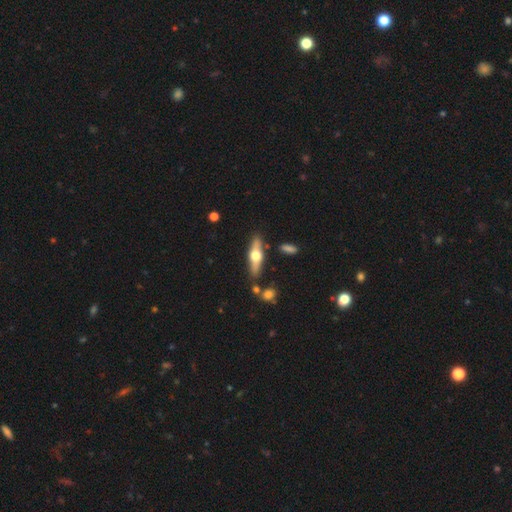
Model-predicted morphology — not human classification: The model was most divided on "smooth or featured": featured or disk: 56%, smooth: 38%, star or artifact: 6%. More confident: edge-on bulge — rounded (95%); edge-on disk — yes (89%); merging — none (79%).